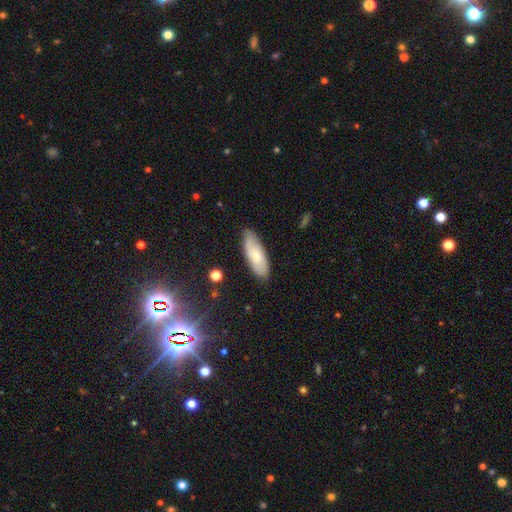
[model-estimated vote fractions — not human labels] Overall: smooth (63%; featured or disk 31%). How rounded: in between (70%). Merging: none (80%).